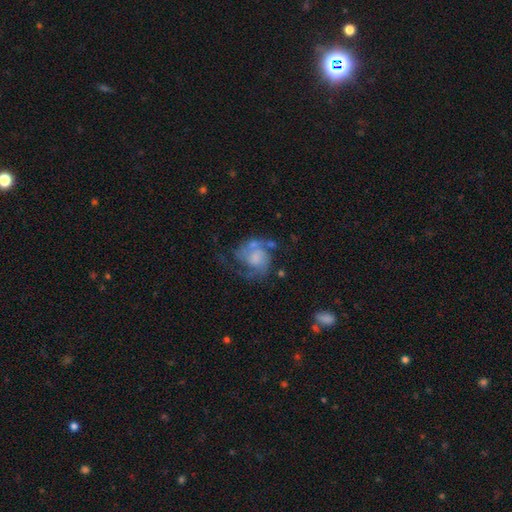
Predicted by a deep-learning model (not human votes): Q: Smooth or featured?
A: featured or disk (75%); runner-up: smooth (18%)
Q: Edge-on disk?
A: no (98%); runner-up: yes (2%)
Q: Bar?
A: no (69%); runner-up: weak (27%)
Q: Spiral arms?
A: yes (90%); runner-up: no (10%)
Q: Spiral winding?
A: medium (49%); runner-up: loose (29%)
Q: Spiral arm count?
A: 2 (73%); runner-up: can't tell (10%)
Q: Bulge size?
A: none (31%); runner-up: small (27%)
Q: Merging?
A: none (49%); runner-up: major disturbance (25%)